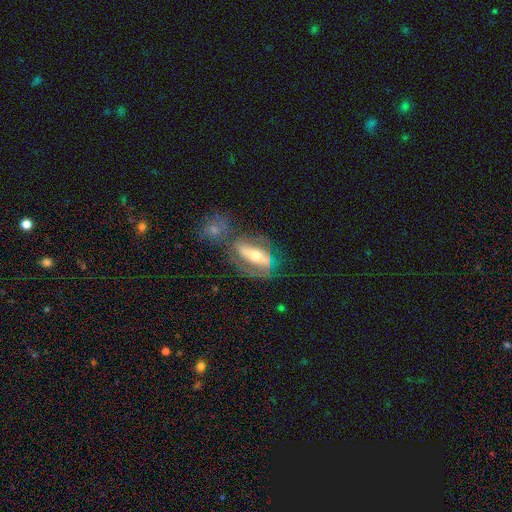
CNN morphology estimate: Overall: featured or disk (72%). Edge-on disk: no (77%). Bar: strong (57%; no 23%). Spiral arms: yes (64%; no 36%). Bulge size: moderate (67%). Merging: none (50%; minor disturbance 19%).